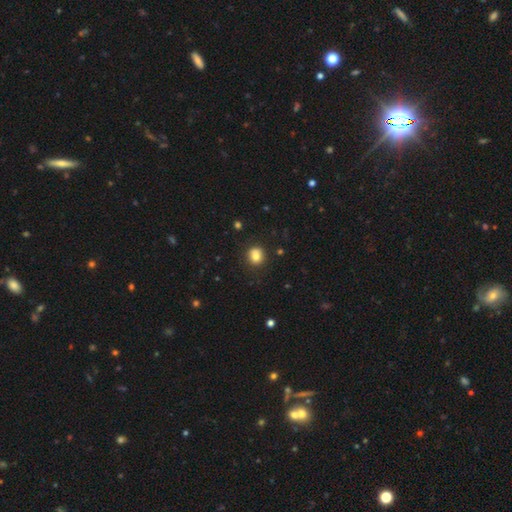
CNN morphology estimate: A smooth galaxy with no disk features (79%) that is round (79%). Merging: none (72%).